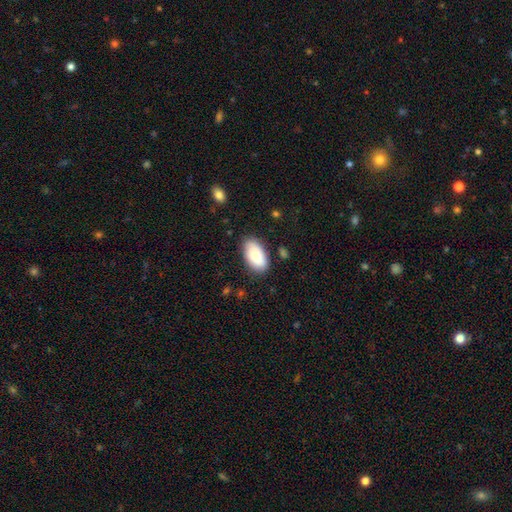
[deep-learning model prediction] A smooth galaxy with no disk features (78%) that is in between round and cigar-shaped (95%). Merging: none (82%).